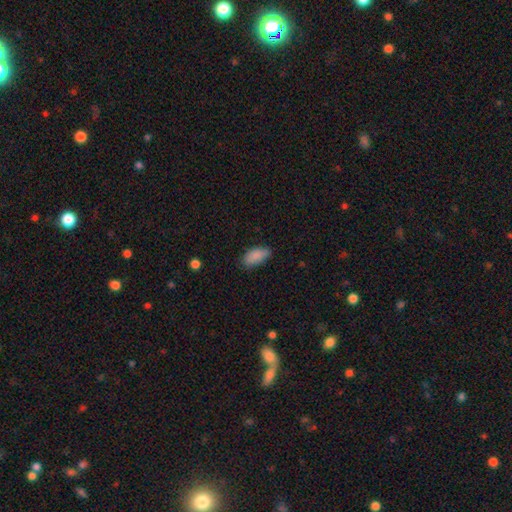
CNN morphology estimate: Smooth or featured?
  - smooth: 88% *
  - star or artifact: 7%
  - featured or disk: 5%
How rounded?
  - in between: 90% *
  - cigar-shaped: 7%
  - round: 2%
Merging?
  - none: 74% *
  - minor disturbance: 21%
  - major disturbance: 4%
  - merger: 1%